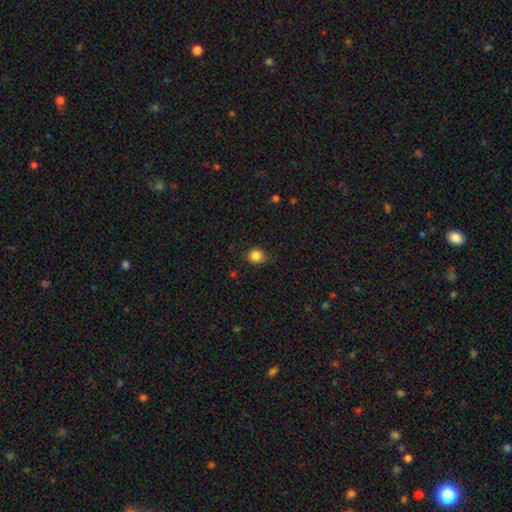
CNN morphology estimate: Q: Smooth or featured?
A: smooth (84%); runner-up: star or artifact (11%)
Q: How rounded?
A: round (86%); runner-up: in between (13%)
Q: Merging?
A: none (82%); runner-up: minor disturbance (14%)